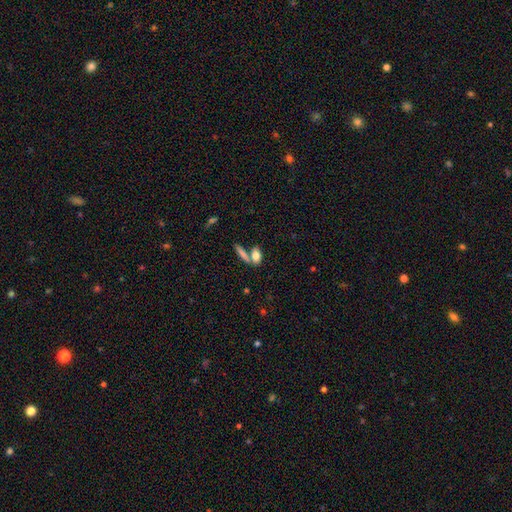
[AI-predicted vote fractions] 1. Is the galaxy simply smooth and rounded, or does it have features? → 79% smooth, 13% featured or disk, 8% star or artifact.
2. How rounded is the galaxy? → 75% in between, 18% cigar-shaped, 8% round.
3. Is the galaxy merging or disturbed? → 49% none, 36% merger, 10% minor disturbance, 4% major disturbance.